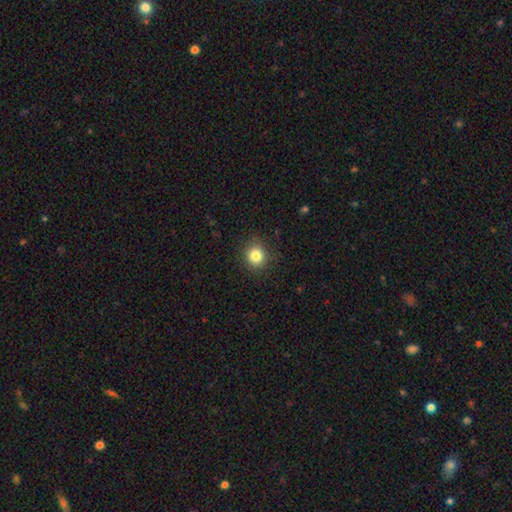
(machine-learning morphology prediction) A smooth galaxy with no disk features (83%) that is round (88%). Merging: none (89%).